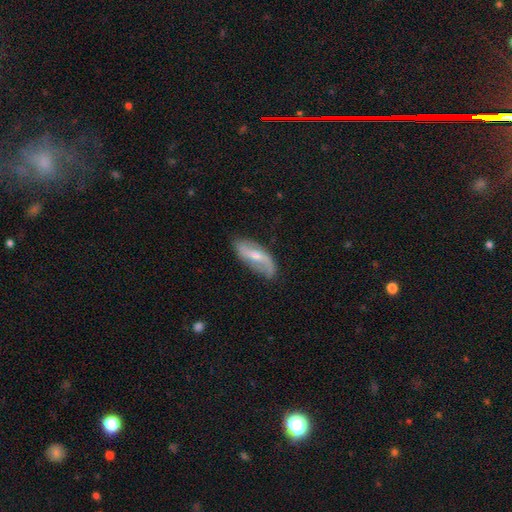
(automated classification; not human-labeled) This appears to be a featured or disk galaxy (72%) with a weak bar (48%), 2 (81%) loose (64%) spiral arms (90%) and a moderate central bulge (50%). Merging: none (72%).